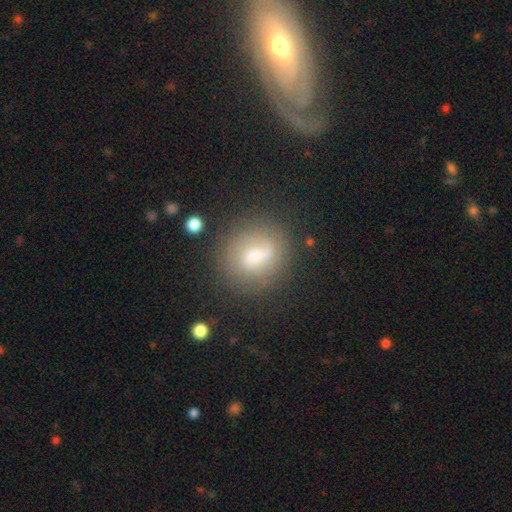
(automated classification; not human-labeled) Smooth or featured: smooth — 52% (featured or disk — 37%)
How rounded: round — 79% (in between — 19%)
Merging: none — 69% (minor disturbance — 17%)